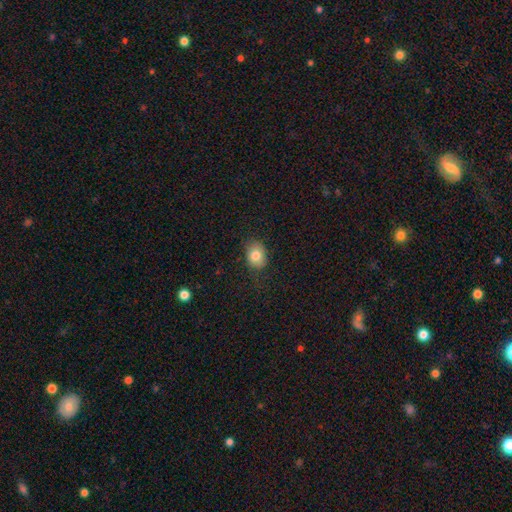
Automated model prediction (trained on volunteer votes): Smooth or featured?
  - smooth: 81% *
  - featured or disk: 9%
  - star or artifact: 9%
How rounded?
  - in between: 59% *
  - round: 40%
  - cigar-shaped: 1%
Merging?
  - none: 74% *
  - minor disturbance: 20%
  - major disturbance: 6%
  - merger: 1%